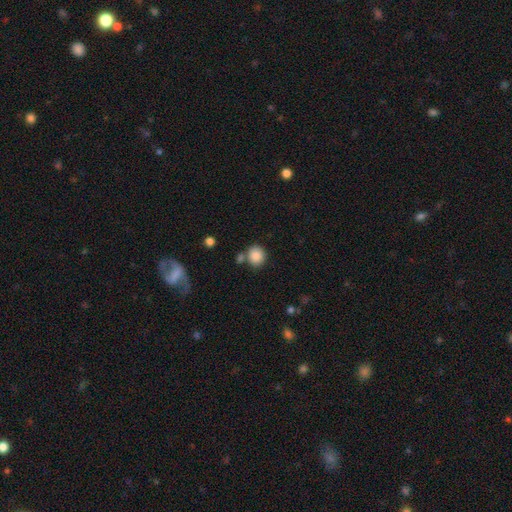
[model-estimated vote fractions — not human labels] A smooth galaxy with no disk features (86%) that is round (83%). Merging: none (71%).